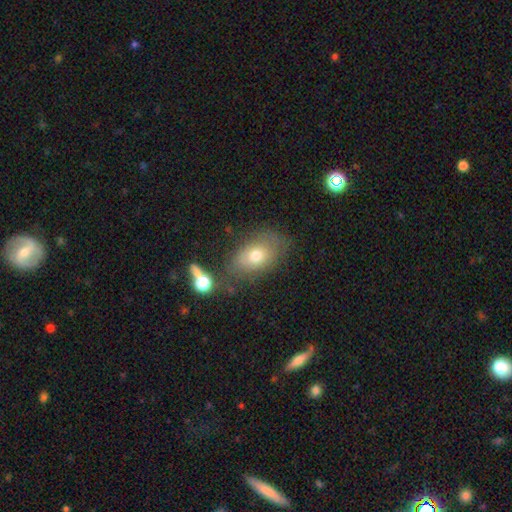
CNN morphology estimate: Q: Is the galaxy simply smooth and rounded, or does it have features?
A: smooth — 71%.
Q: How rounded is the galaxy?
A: in between — 84%.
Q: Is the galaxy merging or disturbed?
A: none — 60%.